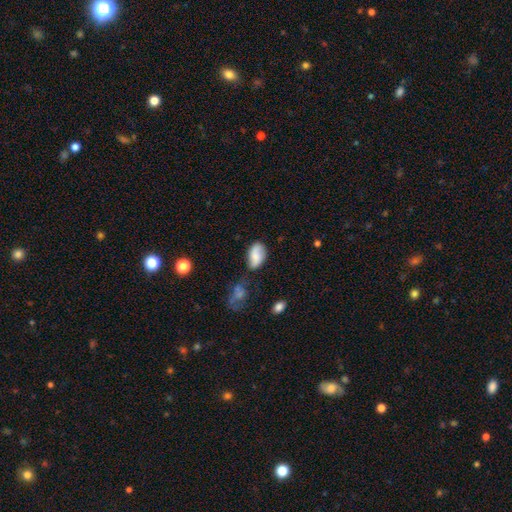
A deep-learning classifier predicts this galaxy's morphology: Overall: smooth (70%). How rounded: in between (91%). Merging: none (62%; minor disturbance 25%).